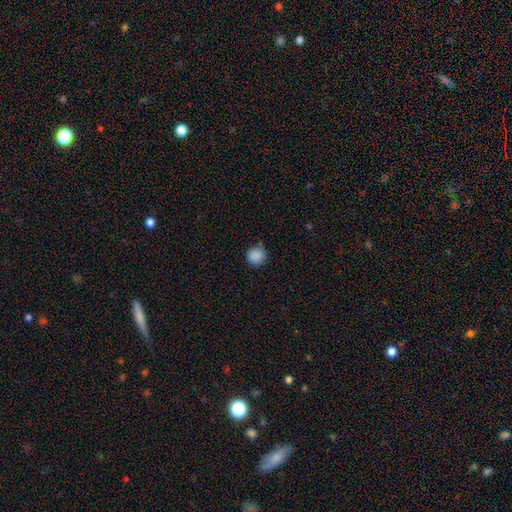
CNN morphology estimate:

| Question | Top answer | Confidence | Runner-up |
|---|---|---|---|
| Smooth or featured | smooth | 88% | star or artifact (9%) |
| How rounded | round | 94% | in between (5%) |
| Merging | none | 85% | minor disturbance (11%) |